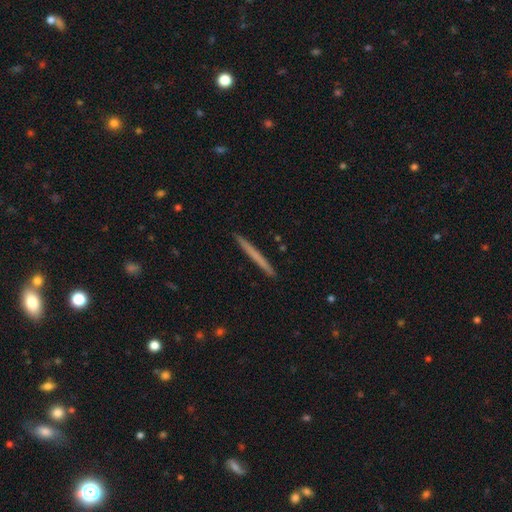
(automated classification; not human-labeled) Smooth or featured?
  - smooth: 60% *
  - featured or disk: 35%
  - star or artifact: 6%
How rounded?
  - cigar-shaped: 97% *
  - in between: 1%
  - round: 1%
Merging?
  - none: 93% *
  - minor disturbance: 5%
  - major disturbance: 1%
  - merger: 1%